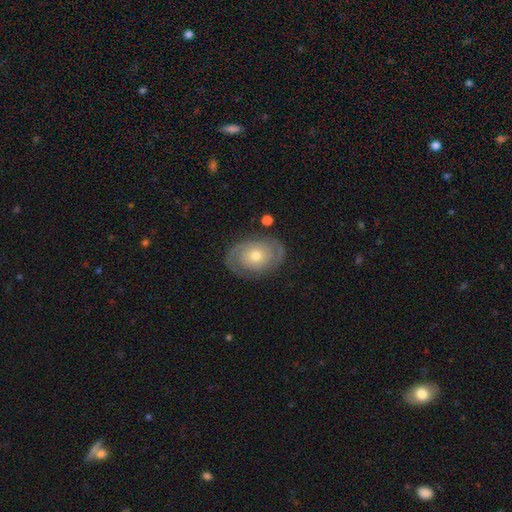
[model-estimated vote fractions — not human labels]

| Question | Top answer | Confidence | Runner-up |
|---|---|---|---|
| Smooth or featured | featured or disk | 82% | smooth (12%) |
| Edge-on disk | no | 96% | yes (4%) |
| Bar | no | 81% | weak (15%) |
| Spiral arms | yes | 91% | no (9%) |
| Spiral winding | tight | 65% | medium (27%) |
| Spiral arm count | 2 | 82% | can't tell (9%) |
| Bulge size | moderate | 54% | small (42%) |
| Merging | none | 82% | minor disturbance (12%) |